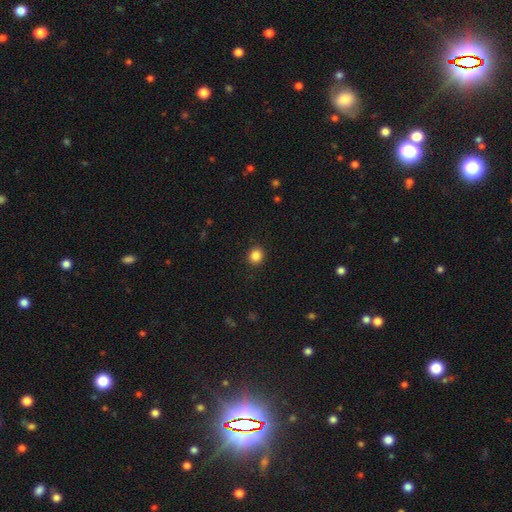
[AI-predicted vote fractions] Q: Smooth or featured?
A: smooth (86%); runner-up: star or artifact (11%)
Q: How rounded?
A: round (84%); runner-up: in between (15%)
Q: Merging?
A: none (91%); runner-up: minor disturbance (6%)